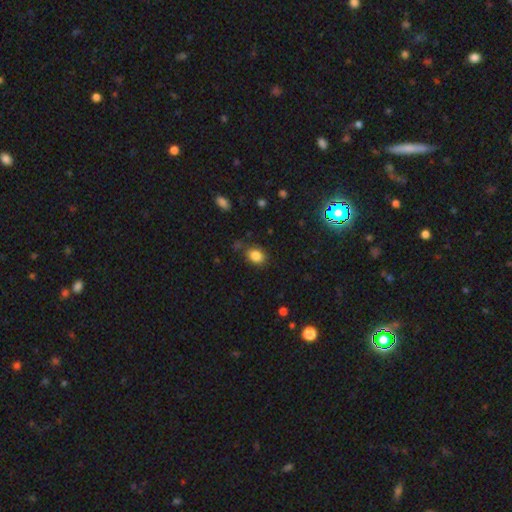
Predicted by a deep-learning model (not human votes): Smooth or featured?
  - smooth: 83% *
  - star or artifact: 11%
  - featured or disk: 5%
How rounded?
  - in between: 66% *
  - round: 32%
  - cigar-shaped: 1%
Merging?
  - none: 79% *
  - minor disturbance: 14%
  - major disturbance: 4%
  - merger: 3%